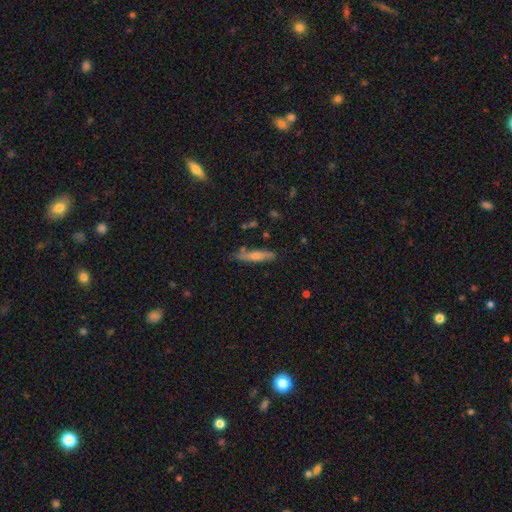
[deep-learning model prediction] Smooth or featured? smooth (58%)
How rounded? cigar-shaped (84%)
Merging? none (76%)